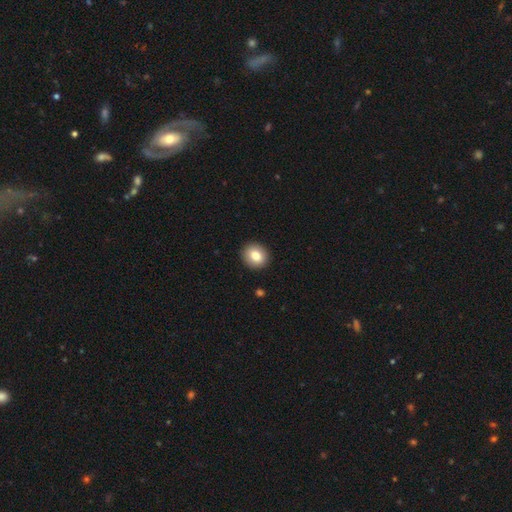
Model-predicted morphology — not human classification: Smooth or featured: smooth — 83% (featured or disk — 9%)
How rounded: round — 78% (in between — 21%)
Merging: none — 92% (minor disturbance — 6%)